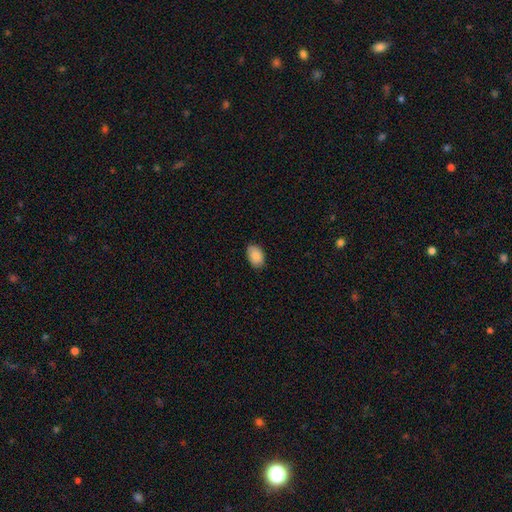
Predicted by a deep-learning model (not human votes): This is clearly a smooth galaxy (88%). How rounded: clearly in between (87%). Merging: clearly none (85%).